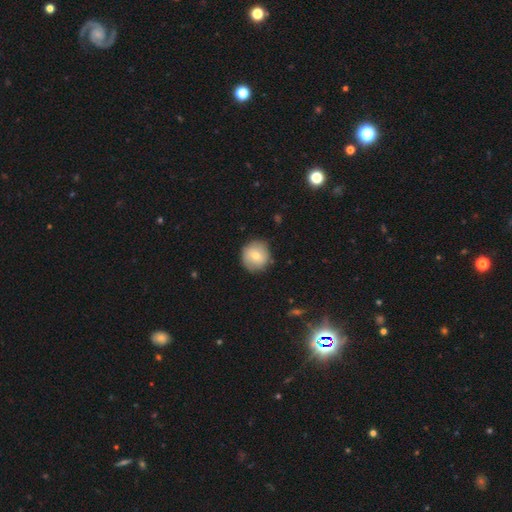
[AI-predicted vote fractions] Smooth or featured? smooth (70%)
How rounded? round (91%)
Merging? none (85%)